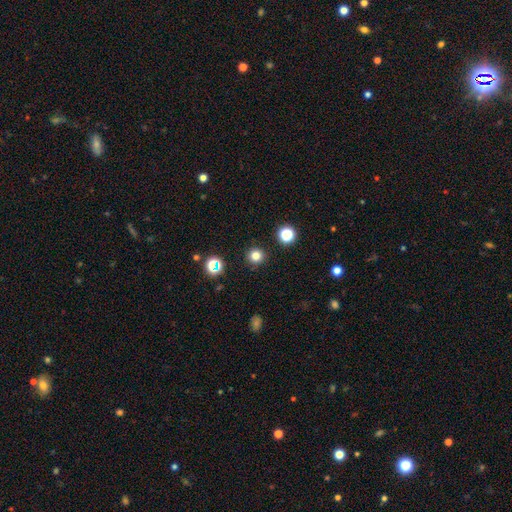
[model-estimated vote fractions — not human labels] The model was most divided on "smooth or featured": smooth: 79%, star or artifact: 16%, featured or disk: 5%. More confident: how rounded — round (95%); merging — none (91%).